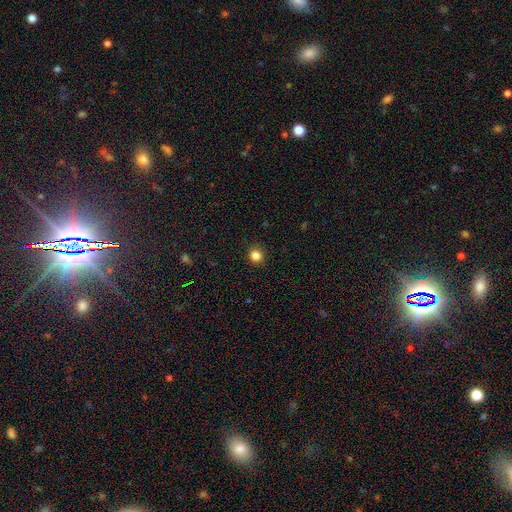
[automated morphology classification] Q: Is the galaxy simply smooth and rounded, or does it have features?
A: smooth — 85%.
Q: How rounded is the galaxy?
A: round — 86%.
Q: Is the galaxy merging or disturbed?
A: none — 91%.